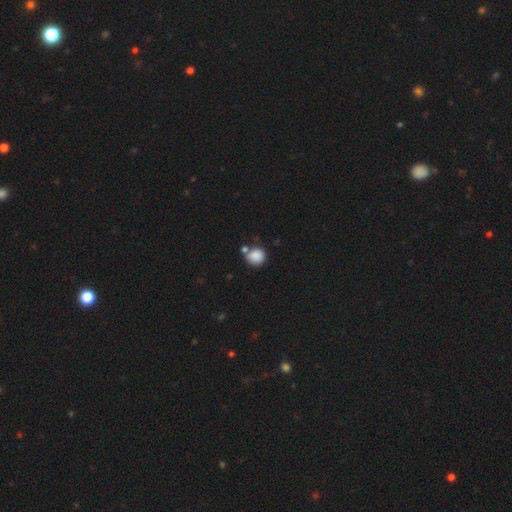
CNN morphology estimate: Overall: smooth (86%). How rounded: round (86%). Merging: none (60%; merger 22%).